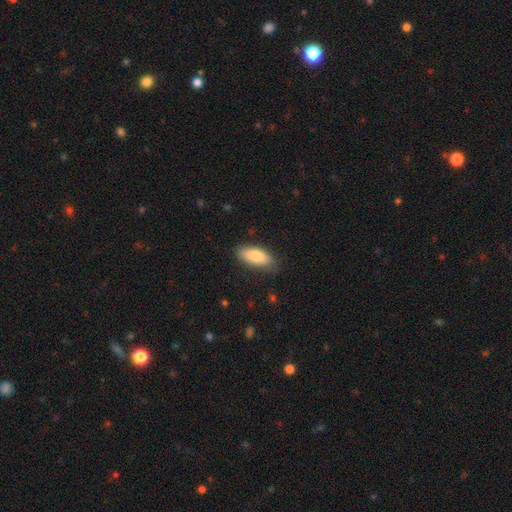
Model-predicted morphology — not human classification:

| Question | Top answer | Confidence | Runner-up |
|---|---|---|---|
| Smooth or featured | smooth | 84% | featured or disk (10%) |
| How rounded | in between | 78% | cigar-shaped (20%) |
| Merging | none | 81% | minor disturbance (15%) |